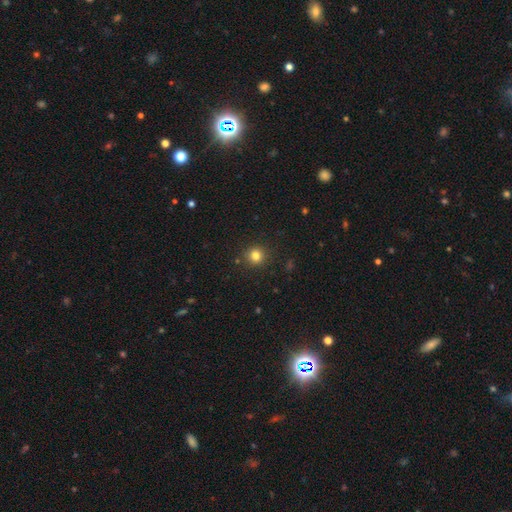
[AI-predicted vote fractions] Overall: smooth (81%). How rounded: round (91%). Merging: none (89%).